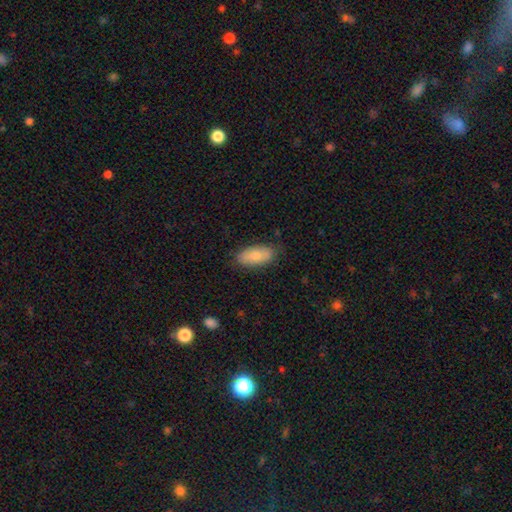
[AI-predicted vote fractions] Q: Smooth or featured?
A: smooth (78%); runner-up: featured or disk (16%)
Q: How rounded?
A: in between (91%); runner-up: cigar-shaped (7%)
Q: Merging?
A: none (80%); runner-up: minor disturbance (16%)